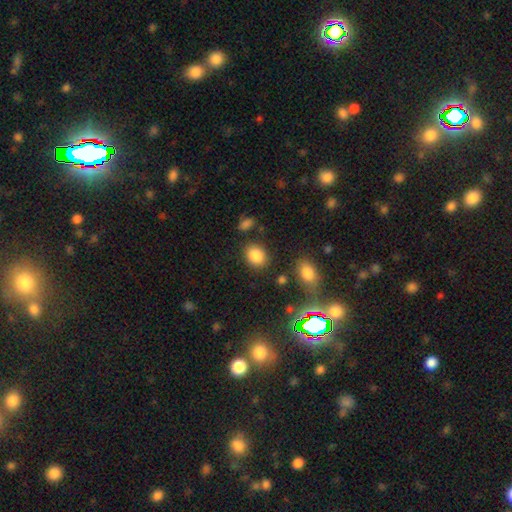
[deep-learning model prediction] smooth 84%, star or artifact 10%, featured or disk 5%. Down the decision tree: how rounded — round (51%); merging — none (82%).